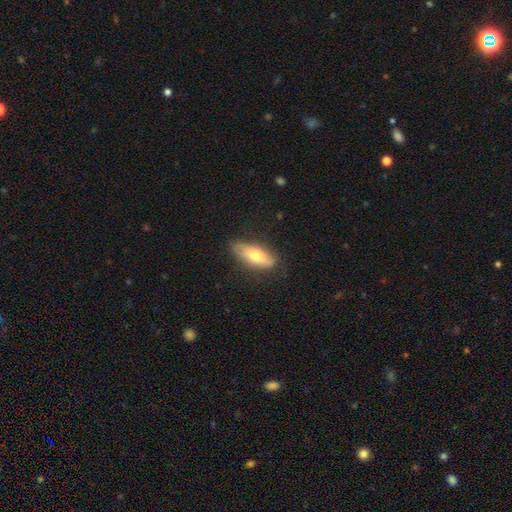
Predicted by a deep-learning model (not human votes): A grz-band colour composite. It shows a smooth galaxy with no disk features (62%) that is in between round and cigar-shaped (73%). Merging: none (75%).